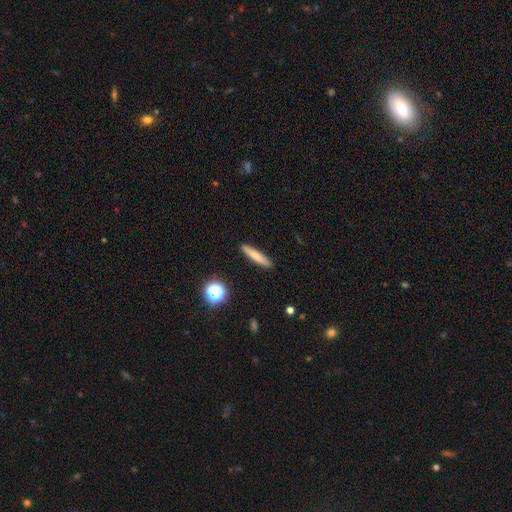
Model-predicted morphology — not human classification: The model was most divided on "smooth or featured": smooth: 74%, featured or disk: 17%, star or artifact: 9%. More confident: merging — none (90%); how rounded — cigar-shaped (89%).